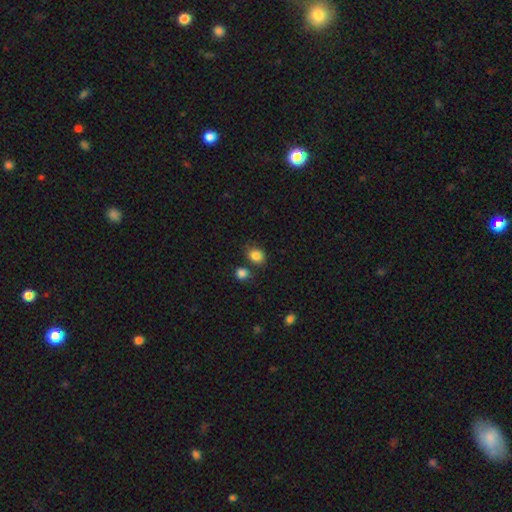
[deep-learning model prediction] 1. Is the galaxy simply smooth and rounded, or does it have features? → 85% smooth, 10% star or artifact, 5% featured or disk.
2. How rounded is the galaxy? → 55% round, 44% in between, 1% cigar-shaped.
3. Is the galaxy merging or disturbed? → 68% none, 14% merger, 14% minor disturbance, 4% major disturbance.